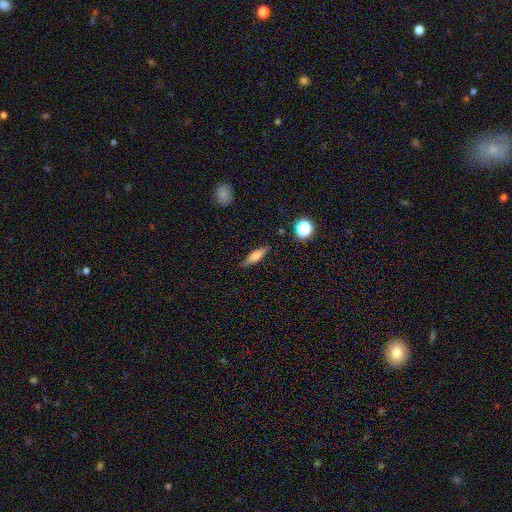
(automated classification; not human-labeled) The model was most divided on "smooth or featured": smooth: 62%, featured or disk: 29%, star or artifact: 9%. More confident: merging — none (86%); how rounded — cigar-shaped (65%).